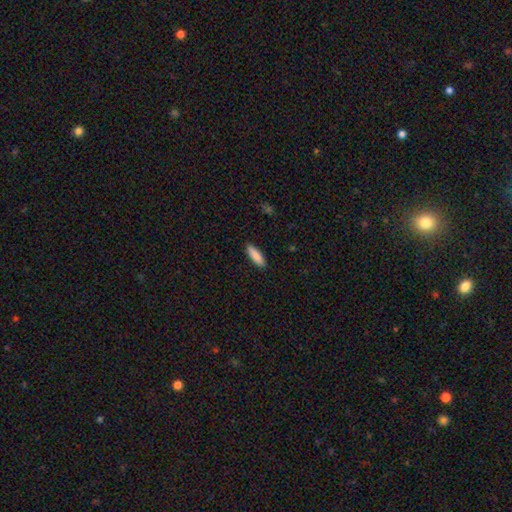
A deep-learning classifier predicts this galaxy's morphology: Smooth or featured?
  - smooth: 86% *
  - featured or disk: 8%
  - star or artifact: 6%
How rounded?
  - cigar-shaped: 54% *
  - in between: 45%
  - round: 2%
Merging?
  - none: 89% *
  - minor disturbance: 9%
  - major disturbance: 2%
  - merger: 1%